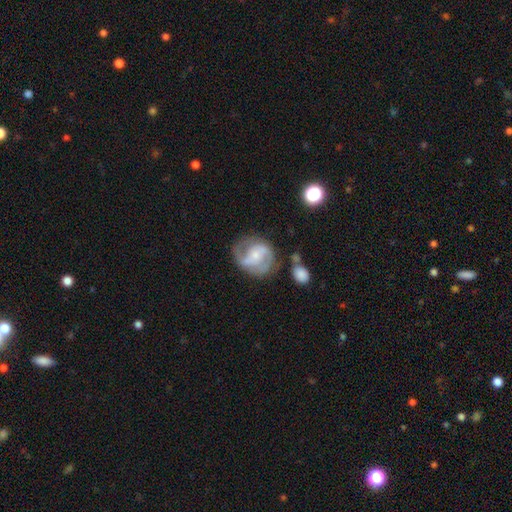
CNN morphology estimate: smooth_or_featured: featured or disk (p=0.72) [alt: smooth p=0.21]
disk_edge_on: no (p=0.97) [alt: yes p=0.03]
bar: no (p=0.46) [alt: weak p=0.38]
has_spiral_arms: yes (p=0.88) [alt: no p=0.12]
spiral_winding: medium (p=0.49) [alt: tight p=0.28]
spiral_arm_count: 2 (p=0.74) [alt: can't tell p=0.12]
bulge_size: small (p=0.55) [alt: moderate p=0.30]
merging: none (p=0.60) [alt: minor disturbance p=0.20]